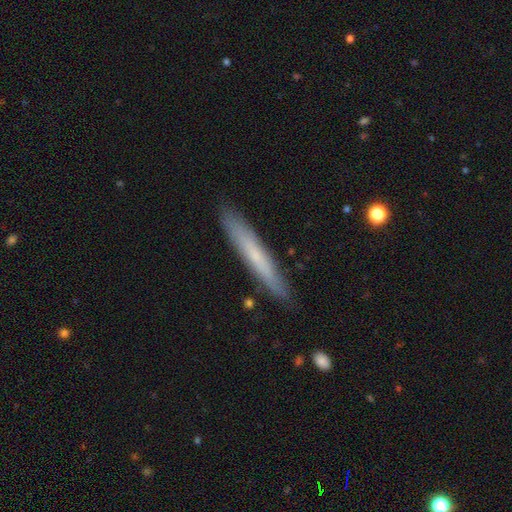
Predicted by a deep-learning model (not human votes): A smooth galaxy with no disk features (56%) that is cigar-shaped (95%).

Vote fractions:
- Smooth or featured? smooth: 56% / featured or disk: 38% / star or artifact: 6%
- How rounded? cigar-shaped: 95% / in between: 4% / round: 1%
- Merging? none: 88% / minor disturbance: 9% / major disturbance: 2% / merger: 1%